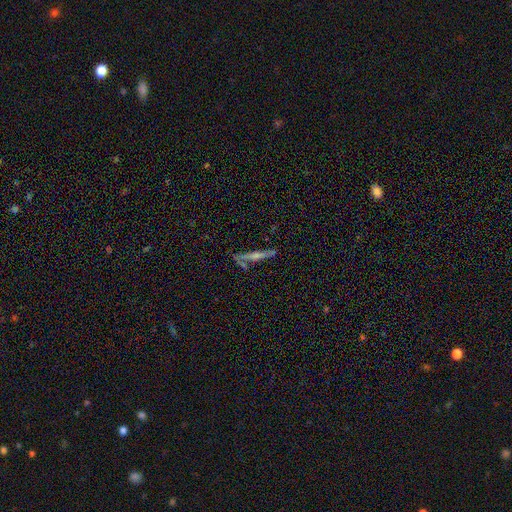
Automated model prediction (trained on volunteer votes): featured or disk 61%, smooth 27%, star or artifact 11%. Down the decision tree: edge-on disk — yes (92%); edge-on bulge — rounded (64%); merging — none (73%).